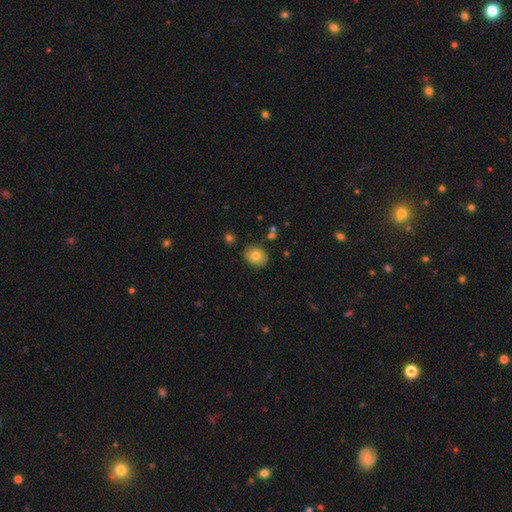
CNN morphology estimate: Q: Smooth or featured?
A: smooth (78%); runner-up: featured or disk (13%)
Q: How rounded?
A: round (63%); runner-up: in between (36%)
Q: Merging?
A: none (83%); runner-up: minor disturbance (13%)